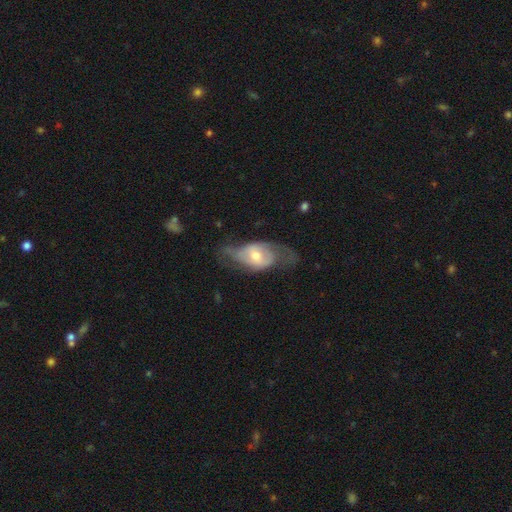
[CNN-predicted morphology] Smooth or featured: featured or disk — 61% (smooth — 33%)
Edge-on disk: no — 89% (yes — 11%)
Bar: no — 50% (weak — 38%)
Spiral arms: yes — 65% (no — 35%)
Bulge size: moderate — 61% (small — 28%)
Merging: none — 40% (major disturbance — 31%)